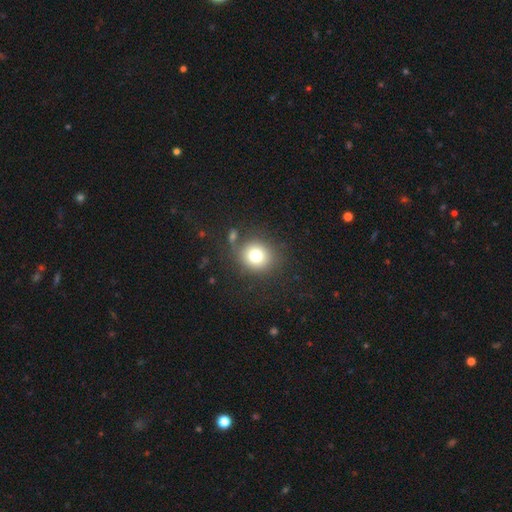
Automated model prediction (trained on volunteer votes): Smooth or featured: smooth — 77% (star or artifact — 12%)
How rounded: round — 83% (in between — 16%)
Merging: none — 75% (minor disturbance — 12%)